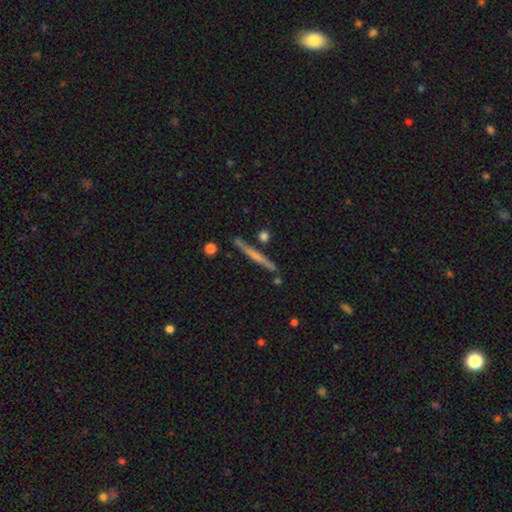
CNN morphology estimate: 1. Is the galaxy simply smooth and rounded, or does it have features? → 54% featured or disk, 39% smooth, 6% star or artifact.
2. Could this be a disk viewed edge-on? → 97% yes, 3% no.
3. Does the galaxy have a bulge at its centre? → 64% none, 26% rounded, 10% boxy.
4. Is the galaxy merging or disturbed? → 84% none, 10% minor disturbance, 4% merger, 2% major disturbance.